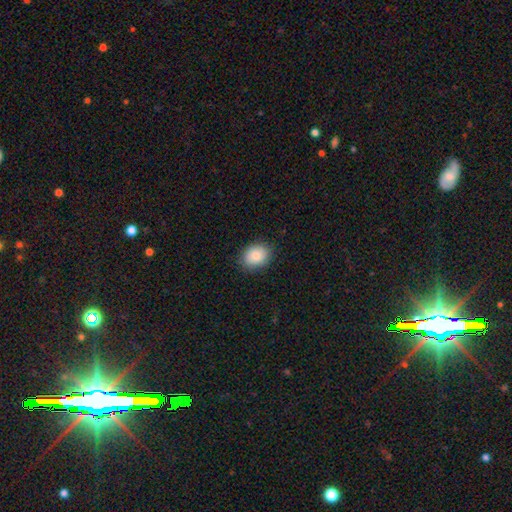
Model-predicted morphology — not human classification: The model was most divided on "how rounded": in between: 58%, round: 41%, cigar-shaped: 1%. More confident: smooth or featured — smooth (87%); merging — none (87%).